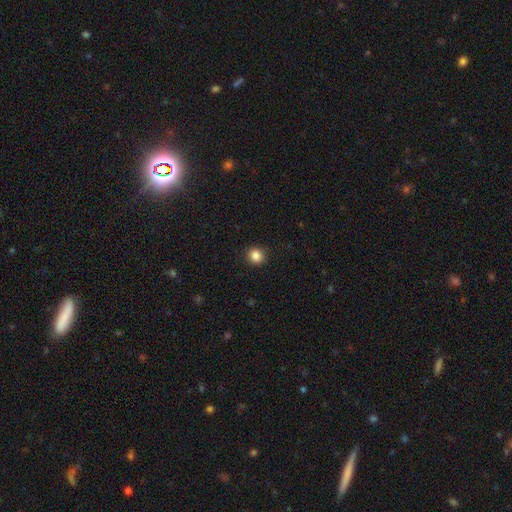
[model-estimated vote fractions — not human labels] smooth 86%, star or artifact 10%, featured or disk 4%. Down the decision tree: how rounded — round (87%); merging — none (92%).